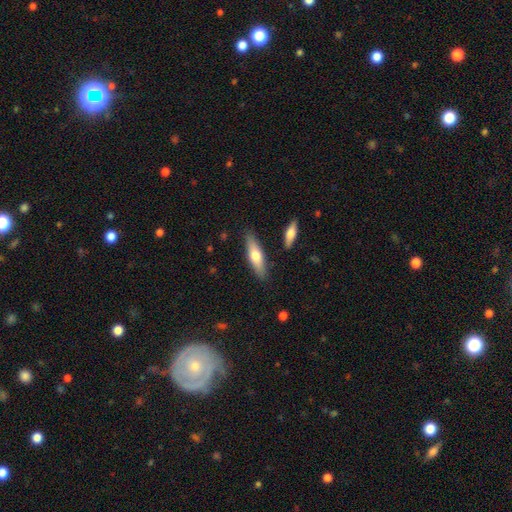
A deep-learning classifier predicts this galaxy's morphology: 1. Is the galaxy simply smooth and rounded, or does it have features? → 57% smooth, 37% featured or disk, 6% star or artifact.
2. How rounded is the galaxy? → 61% cigar-shaped, 37% in between, 2% round.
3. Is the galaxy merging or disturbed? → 85% none, 10% minor disturbance, 3% merger, 2% major disturbance.